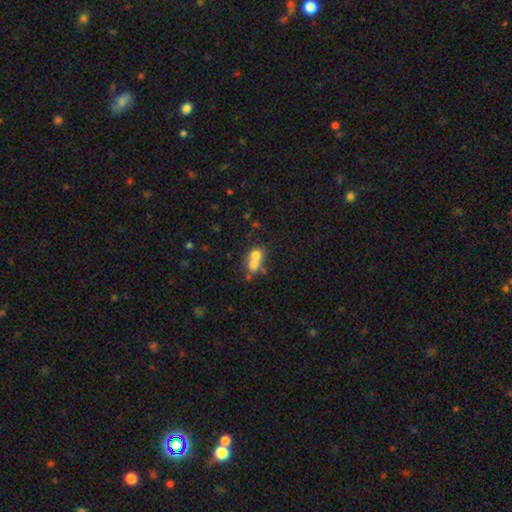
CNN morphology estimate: smooth-or-featured: smooth: 66% | featured or disk: 23% | star or artifact: 12%
  how-rounded: round: 59% | in between: 39% | cigar-shaped: 2%
  merging: merger: 66% | none: 23% | minor disturbance: 7% | major disturbance: 4%